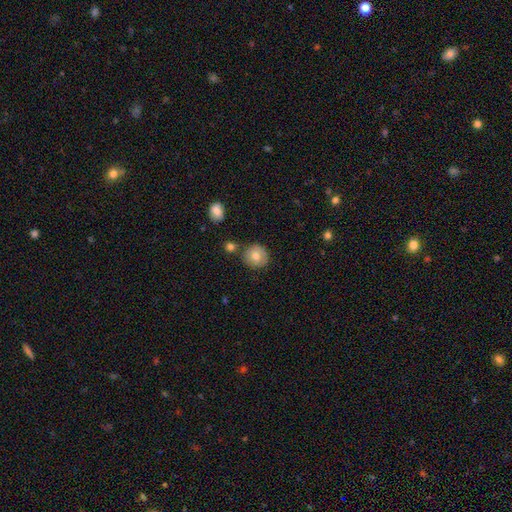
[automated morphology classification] smooth 77%, featured or disk 15%, star or artifact 8%. Down the decision tree: how rounded — round (90%); merging — none (78%).